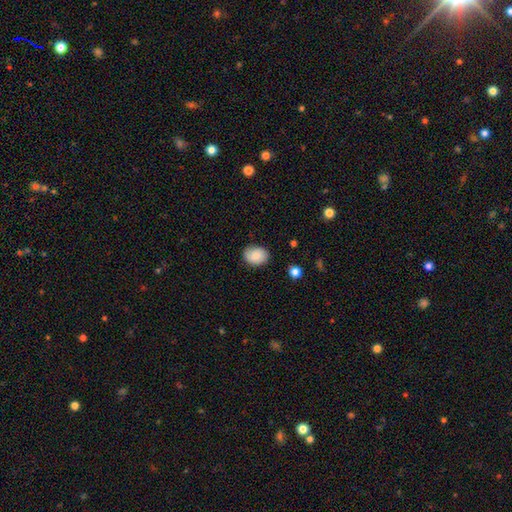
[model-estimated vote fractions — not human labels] smooth-or-featured: smooth: 83% | featured or disk: 9% | star or artifact: 8%
  how-rounded: in between: 63% | round: 36% | cigar-shaped: 1%
  merging: none: 79% | minor disturbance: 16% | major disturbance: 3% | merger: 1%